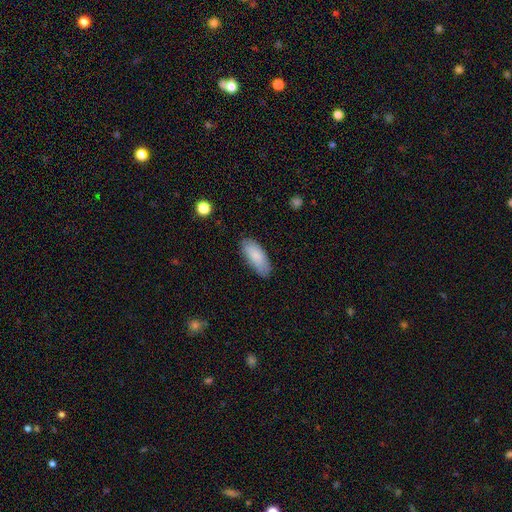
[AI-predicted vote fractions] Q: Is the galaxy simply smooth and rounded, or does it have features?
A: smooth — 83%.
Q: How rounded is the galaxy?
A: in between — 82%.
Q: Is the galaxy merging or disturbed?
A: none — 81%.